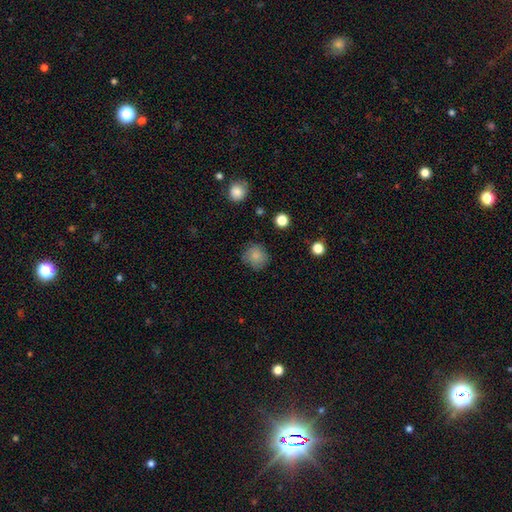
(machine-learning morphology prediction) Overall: smooth (83%). How rounded: round (89%). Merging: none (79%).